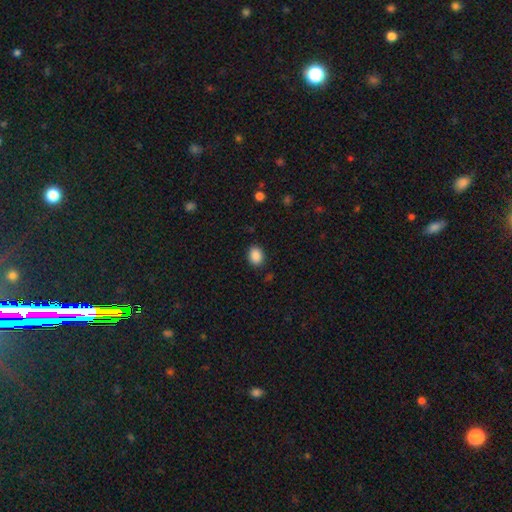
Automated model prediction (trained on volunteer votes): Q: Smooth or featured?
A: smooth (88%); runner-up: star or artifact (9%)
Q: How rounded?
A: in between (61%); runner-up: round (38%)
Q: Merging?
A: none (88%); runner-up: minor disturbance (9%)